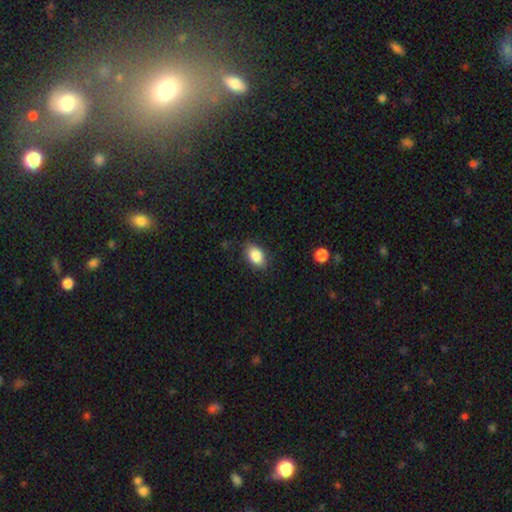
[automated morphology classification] A smooth galaxy with no disk features (86%) that is in between round and cigar-shaped (87%).

Vote fractions:
- Smooth or featured? smooth: 86% / star or artifact: 8% / featured or disk: 6%
- How rounded? in between: 87% / round: 12% / cigar-shaped: 2%
- Merging? none: 81% / minor disturbance: 14% / major disturbance: 4% / merger: 1%